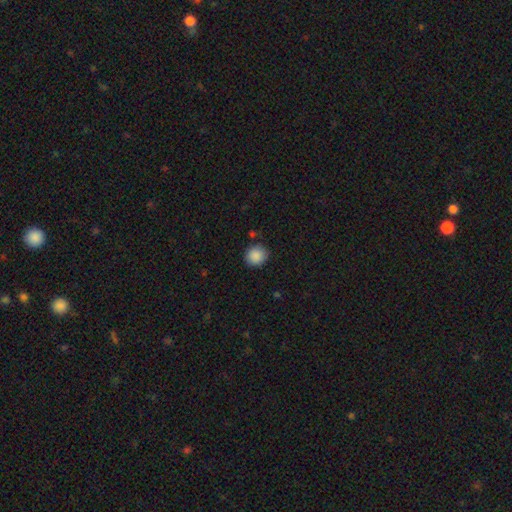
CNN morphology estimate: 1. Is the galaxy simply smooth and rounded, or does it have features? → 89% smooth, 8% star or artifact, 3% featured or disk.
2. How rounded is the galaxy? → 89% round, 10% in between, 1% cigar-shaped.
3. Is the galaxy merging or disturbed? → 87% none, 9% minor disturbance, 2% major disturbance, 2% merger.